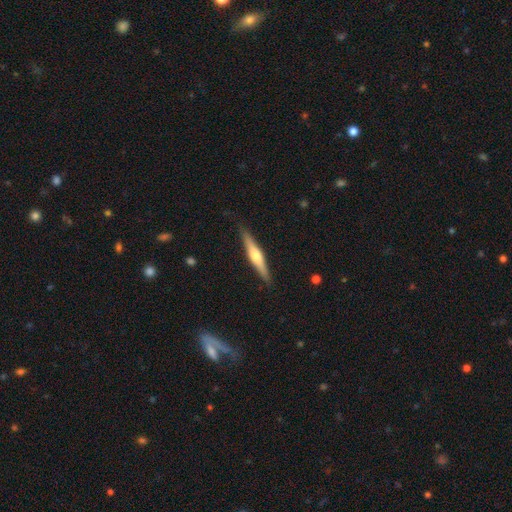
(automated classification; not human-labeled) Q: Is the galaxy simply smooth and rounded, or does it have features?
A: featured or disk — 60%.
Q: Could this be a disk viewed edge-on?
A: yes — 97%.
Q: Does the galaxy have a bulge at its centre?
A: rounded — 88%.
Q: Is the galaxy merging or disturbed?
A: none — 88%.